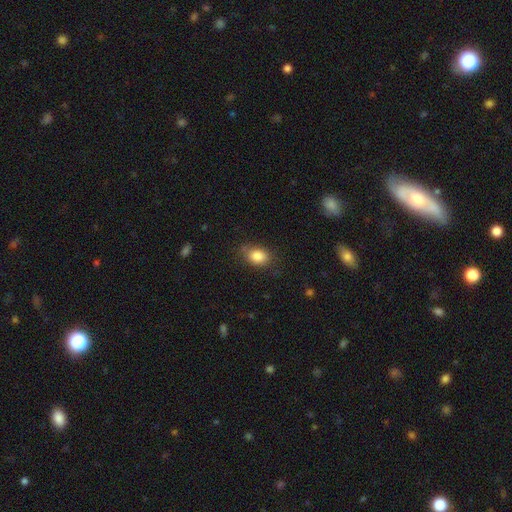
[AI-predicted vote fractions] Overall: smooth (84%). How rounded: in between (75%). Merging: none (72%).